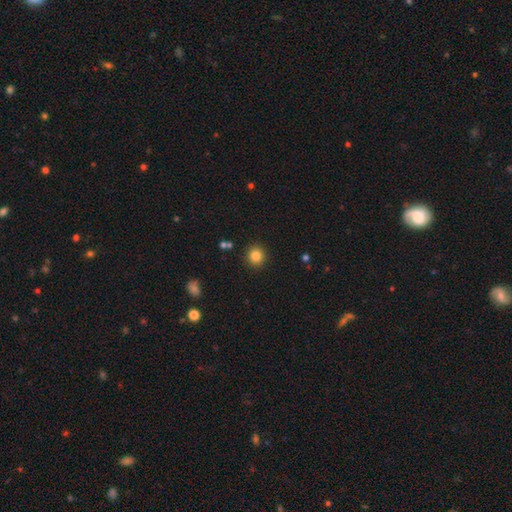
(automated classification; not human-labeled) This appears to be a smooth galaxy with no disk features (84%) that is round (92%). Merging: none (91%).